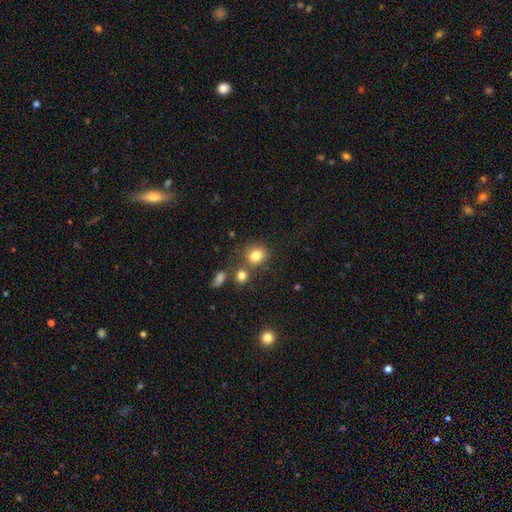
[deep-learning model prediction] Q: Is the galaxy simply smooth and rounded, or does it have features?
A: smooth — 80%.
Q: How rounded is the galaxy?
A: round — 66%.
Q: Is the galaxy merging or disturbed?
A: none — 65%.